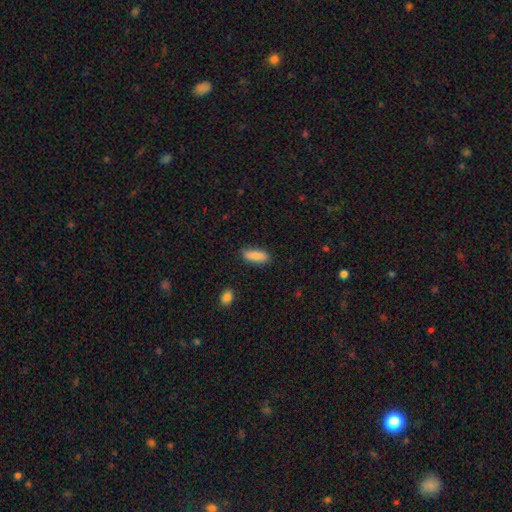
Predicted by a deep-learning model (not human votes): Overall: smooth (87%). How rounded: in between (65%; cigar-shaped 33%). Merging: none (83%).